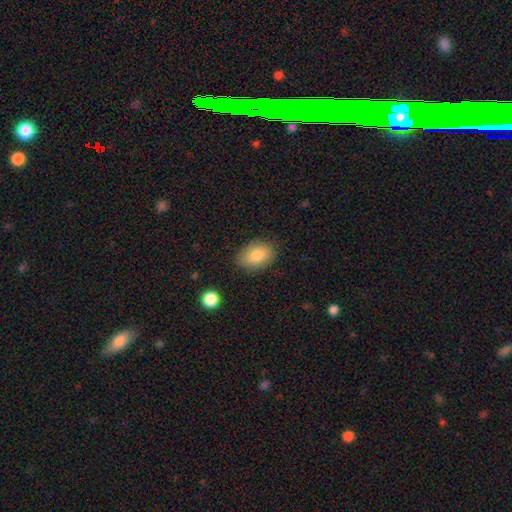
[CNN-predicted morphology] type=smooth (82%); roundness=in between (83%); merging=none (81%).